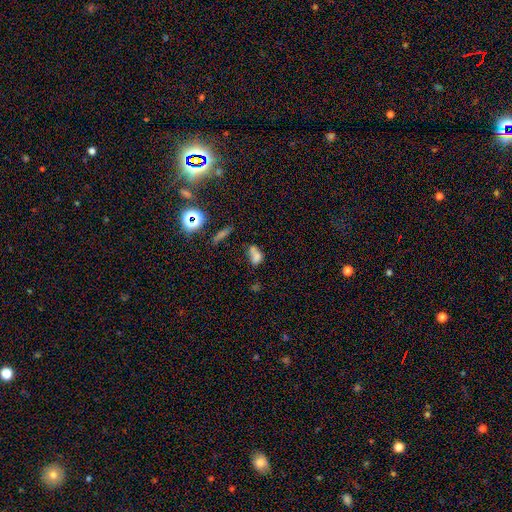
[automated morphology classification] The model was most divided on "merging": merger: 37%, none: 28%, minor disturbance: 19%, major disturbance: 15%. More confident: how rounded — in between (79%); smooth or featured — smooth (68%).